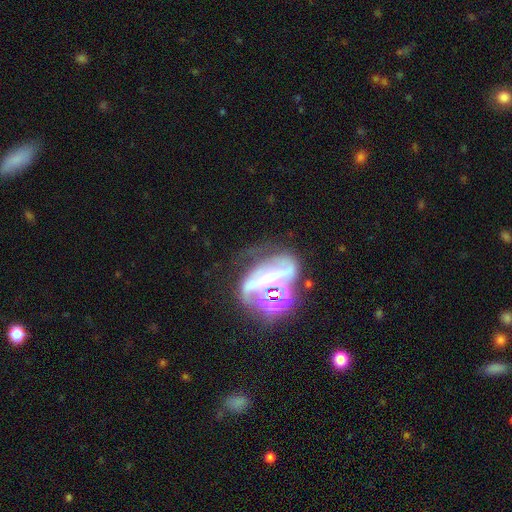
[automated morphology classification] smooth_or_featured: featured or disk (p=0.45) [alt: star or artifact p=0.39]
merging: none (p=0.36) [alt: major disturbance p=0.24]